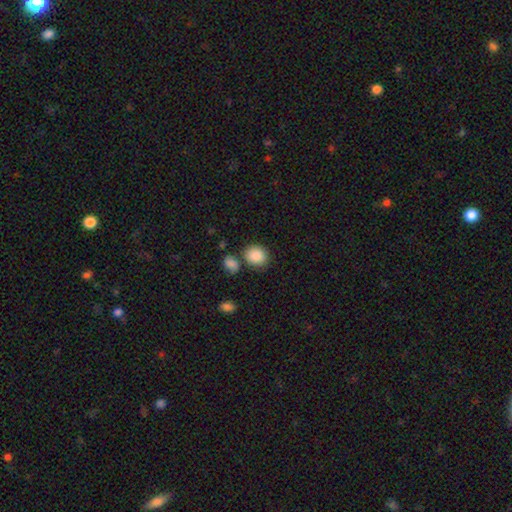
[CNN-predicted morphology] smooth_or_featured: smooth (p=0.87) [alt: star or artifact p=0.08]
how_rounded: round (p=0.69) [alt: in between p=0.30]
merging: none (p=0.73) [alt: merger p=0.12]